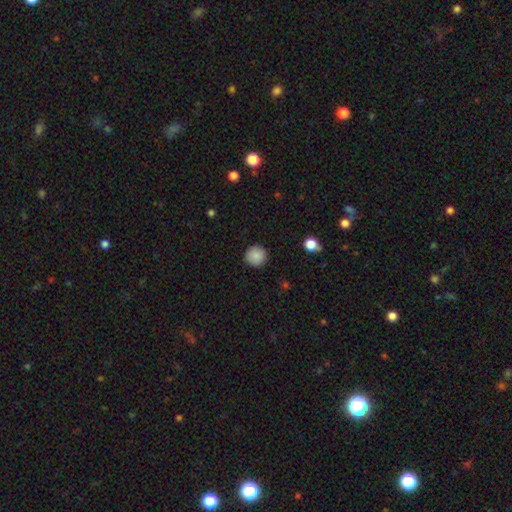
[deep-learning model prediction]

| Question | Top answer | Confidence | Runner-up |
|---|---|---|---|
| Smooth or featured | smooth | 88% | star or artifact (8%) |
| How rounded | round | 95% | in between (4%) |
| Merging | none | 92% | minor disturbance (5%) |